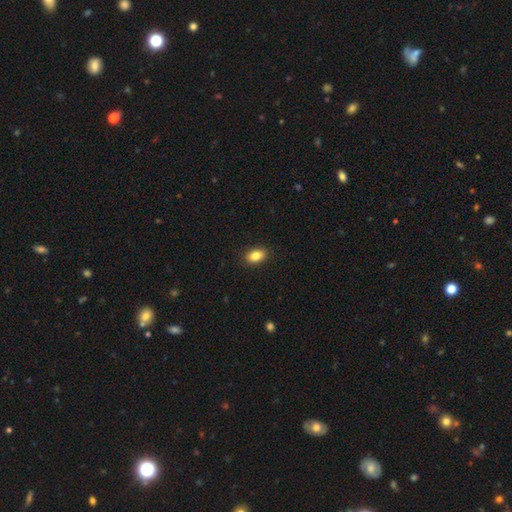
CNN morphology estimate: The model was most divided on "how rounded": in between: 87%, round: 12%, cigar-shaped: 2%. More confident: merging — none (89%); smooth or featured — smooth (85%).